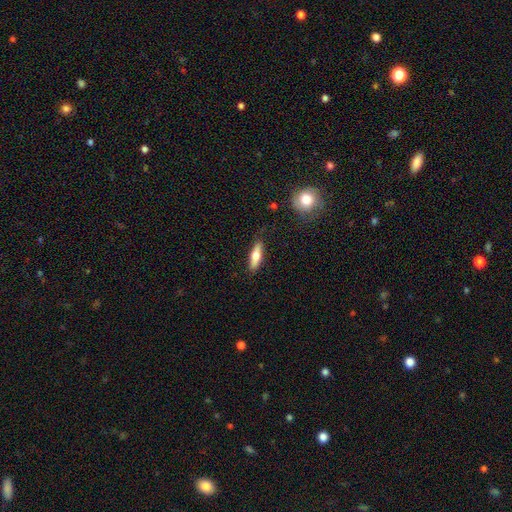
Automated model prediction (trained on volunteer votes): Smooth or featured? smooth (62%)
How rounded? cigar-shaped (53%)
Merging? none (84%)